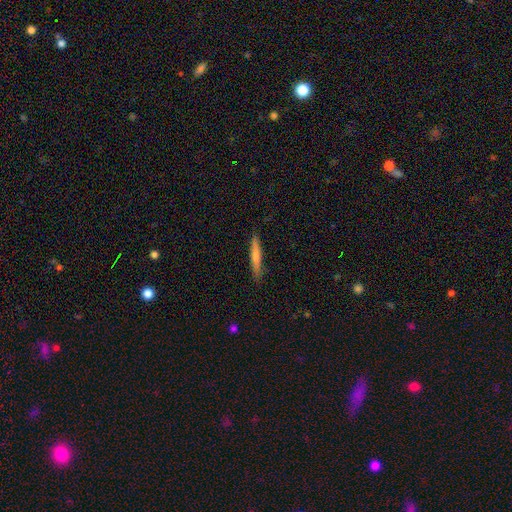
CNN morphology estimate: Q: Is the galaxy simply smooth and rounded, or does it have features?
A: smooth — 70%.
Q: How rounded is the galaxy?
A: cigar-shaped — 94%.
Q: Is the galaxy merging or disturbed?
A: none — 87%.